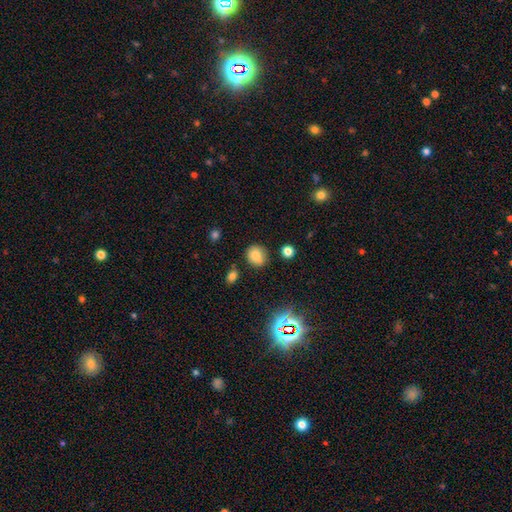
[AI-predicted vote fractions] Smooth or featured?
  - smooth: 79% *
  - star or artifact: 13%
  - featured or disk: 8%
How rounded?
  - round: 77% *
  - in between: 22%
  - cigar-shaped: 1%
Merging?
  - none: 82% *
  - minor disturbance: 11%
  - merger: 4%
  - major disturbance: 3%